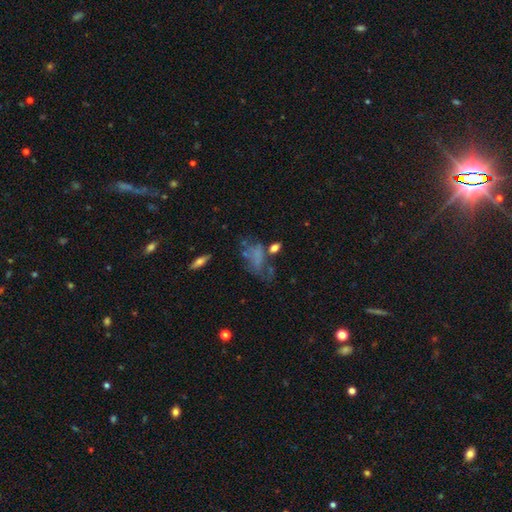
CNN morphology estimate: This is marginally a smooth galaxy (45%). Merging: marginally major disturbance (36%).